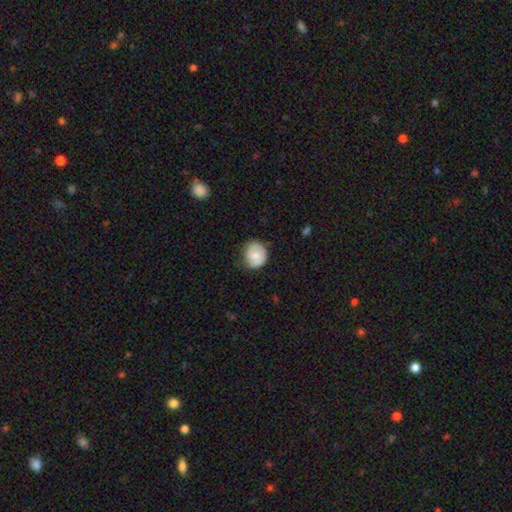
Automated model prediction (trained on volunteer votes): A smooth galaxy with no disk features (68%) that is round (69%). Merging: none (71%).